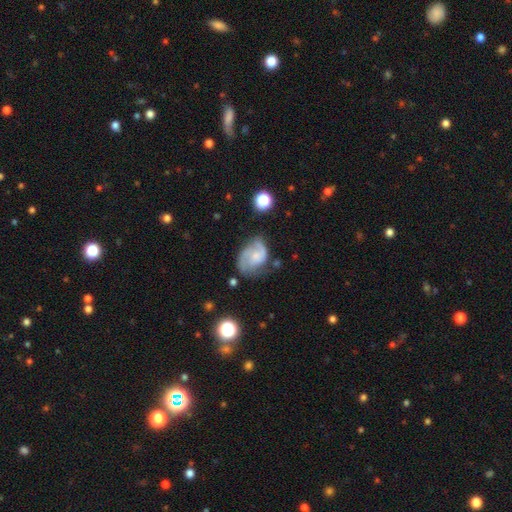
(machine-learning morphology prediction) smooth_or_featured: featured or disk (p=0.71) [alt: smooth p=0.21]
disk_edge_on: no (p=0.98) [alt: yes p=0.02]
bar: no (p=0.65) [alt: weak p=0.31]
has_spiral_arms: yes (p=0.91) [alt: no p=0.09]
spiral_winding: medium (p=0.47) [alt: tight p=0.30]
spiral_arm_count: 2 (p=0.67) [alt: can't tell p=0.14]
bulge_size: small (p=0.56) [alt: moderate p=0.25]
merging: none (p=0.50) [alt: minor disturbance p=0.28]